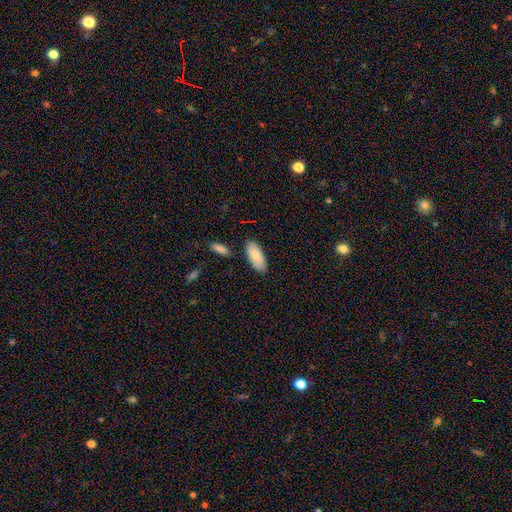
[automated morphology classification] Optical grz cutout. It shows a smooth galaxy with no disk features (83%) that is in between round and cigar-shaped (88%). Merging: none (82%).